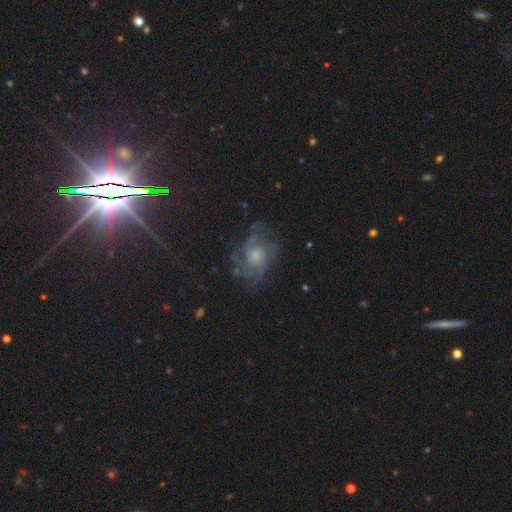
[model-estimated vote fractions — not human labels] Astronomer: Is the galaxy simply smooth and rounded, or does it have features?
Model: featured or disk — 69%.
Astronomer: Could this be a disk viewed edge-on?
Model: no — 97%.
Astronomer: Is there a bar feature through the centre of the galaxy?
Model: no — 77%.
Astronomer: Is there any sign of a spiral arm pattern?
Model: yes — 86%.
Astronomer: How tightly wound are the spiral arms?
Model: medium — 44% (runner-up: tight, 36%).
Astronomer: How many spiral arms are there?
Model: can't tell — 41% (runner-up: 3, 17%).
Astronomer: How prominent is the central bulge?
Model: small — 45% (runner-up: moderate, 42%).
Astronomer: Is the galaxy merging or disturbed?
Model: none — 61%.